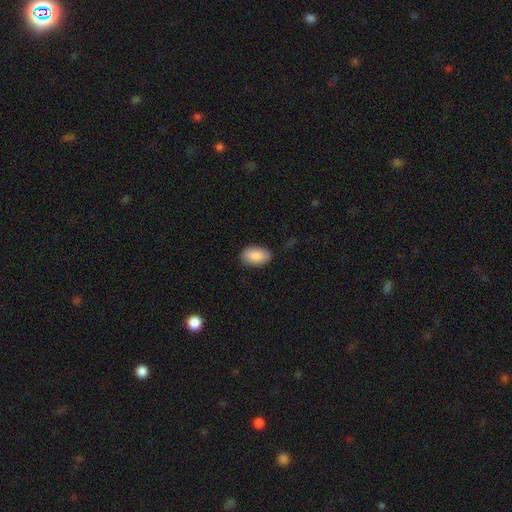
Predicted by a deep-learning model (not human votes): Overall: smooth (88%). How rounded: in between (93%). Merging: none (84%).